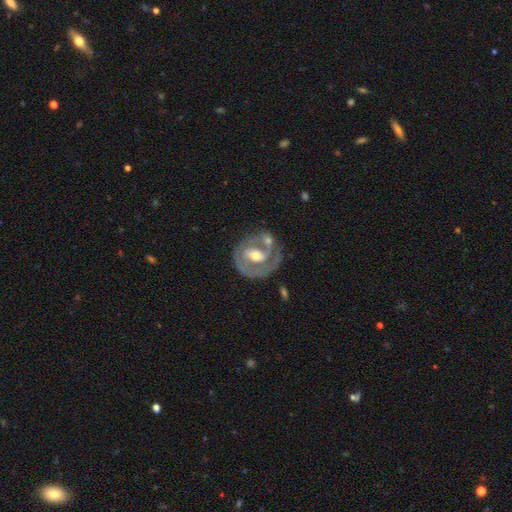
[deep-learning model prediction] A featured or disk galaxy (81%) with a weak bar (41%), 2 (53%) tight (60%) spiral arms (79%) and a moderate central bulge (68%). Merging: none (57%).